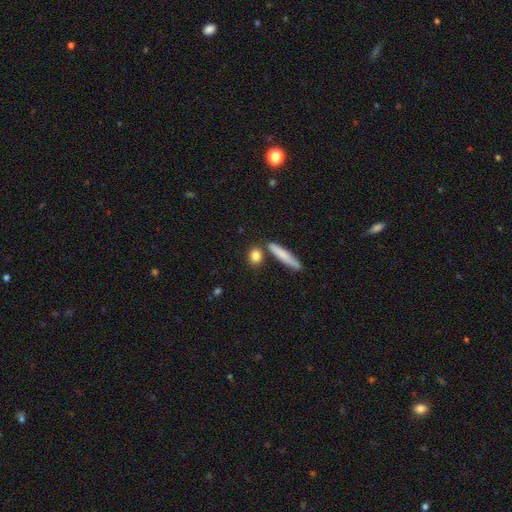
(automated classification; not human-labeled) This is clearly a smooth galaxy (83%). How rounded: marginally round (43%). Merging: likely none (75%).